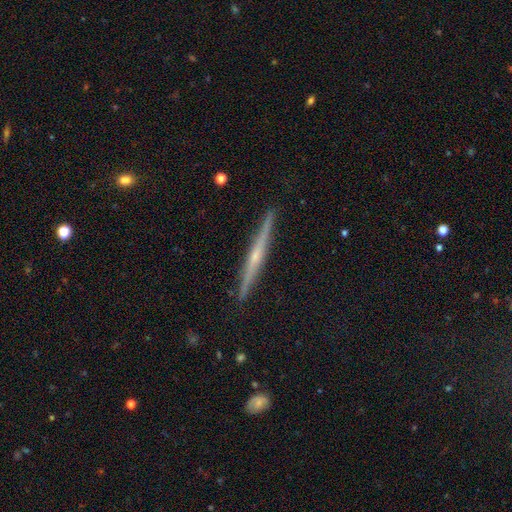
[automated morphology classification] This appears to be a featured or disk galaxy (76%) viewed edge-on (98%) with a rounded central bulge (70%). Merging: none (91%).